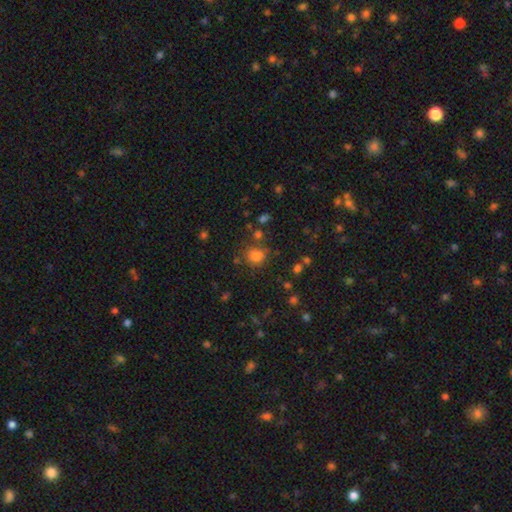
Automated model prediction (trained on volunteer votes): The model was most divided on "how rounded": round: 78%, in between: 21%, cigar-shaped: 1%. More confident: smooth or featured — smooth (78%); merging — none (72%).